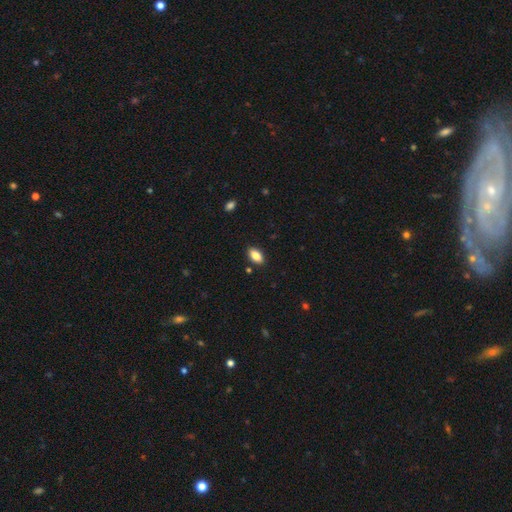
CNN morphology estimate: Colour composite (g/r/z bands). It shows a smooth galaxy with no disk features (84%) that is in between round and cigar-shaped (91%). Merging: none (87%).